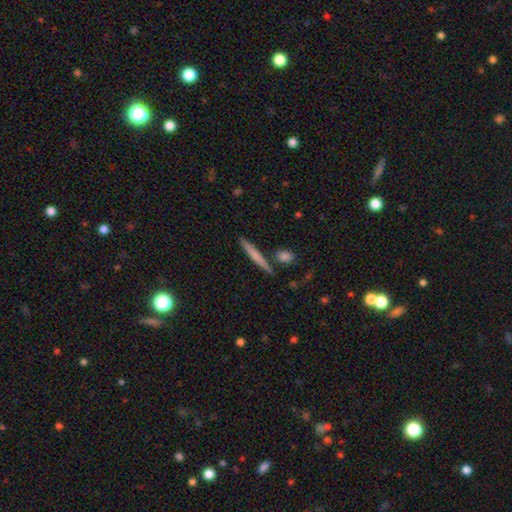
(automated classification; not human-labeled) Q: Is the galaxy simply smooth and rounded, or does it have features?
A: smooth — 62%.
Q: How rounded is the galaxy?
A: cigar-shaped — 95%.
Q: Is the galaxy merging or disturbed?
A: none — 85%.